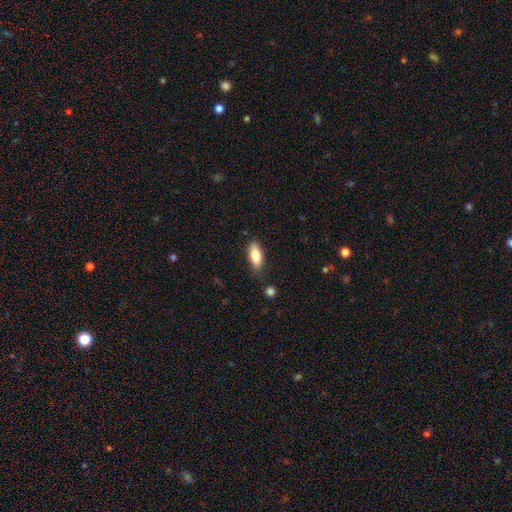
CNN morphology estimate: Smooth or featured?
  - smooth: 80% *
  - featured or disk: 14%
  - star or artifact: 7%
How rounded?
  - in between: 78% *
  - cigar-shaped: 20%
  - round: 2%
Merging?
  - none: 80% *
  - minor disturbance: 15%
  - major disturbance: 3%
  - merger: 2%